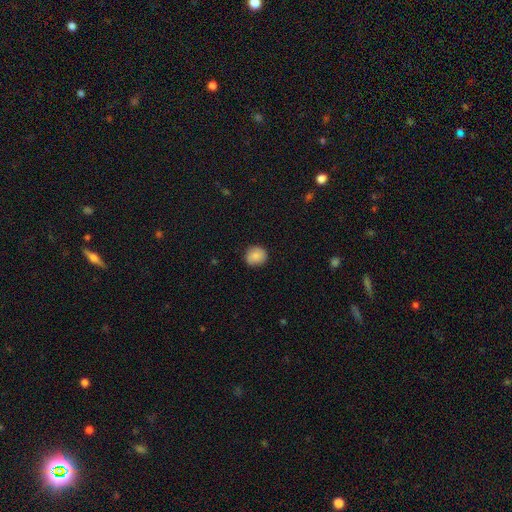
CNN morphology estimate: type=smooth (86%); roundness=round (83%); merging=none (87%).